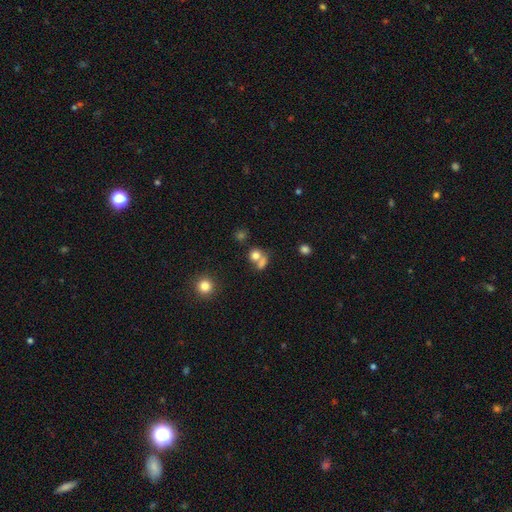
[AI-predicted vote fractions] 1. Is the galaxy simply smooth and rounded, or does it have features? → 75% smooth, 14% star or artifact, 12% featured or disk.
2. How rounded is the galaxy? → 73% round, 26% in between, 2% cigar-shaped.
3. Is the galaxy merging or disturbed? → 47% merger, 39% none, 8% minor disturbance, 5% major disturbance.